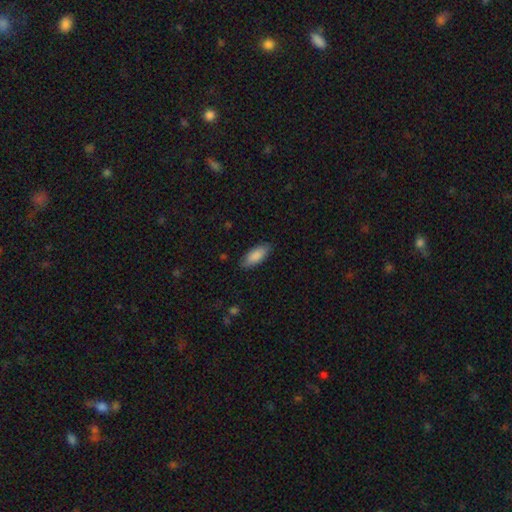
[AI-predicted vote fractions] smooth_or_featured: smooth (p=0.88) [alt: featured or disk p=0.06]
how_rounded: in between (p=0.82) [alt: cigar-shaped p=0.16]
merging: none (p=0.85) [alt: minor disturbance p=0.12]